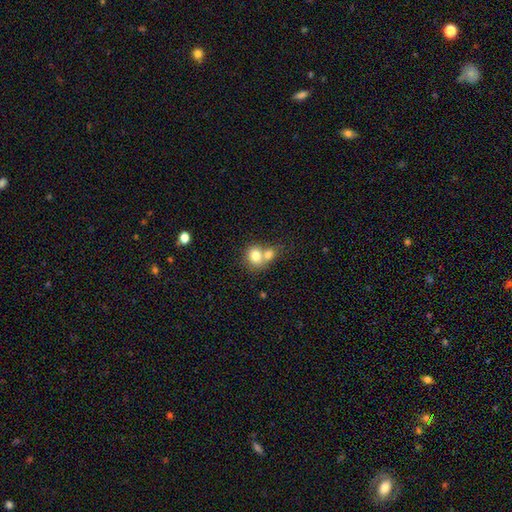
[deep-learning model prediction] Q: Smooth or featured?
A: smooth (76%); runner-up: featured or disk (14%)
Q: How rounded?
A: round (67%); runner-up: in between (32%)
Q: Merging?
A: merger (62%); runner-up: none (29%)